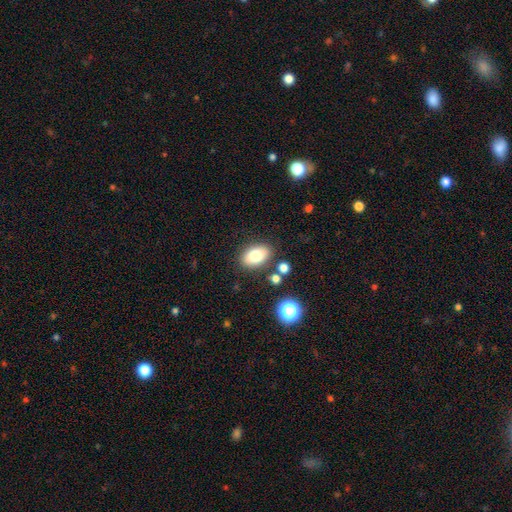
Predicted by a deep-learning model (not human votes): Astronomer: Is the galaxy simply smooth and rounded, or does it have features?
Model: smooth — 78%.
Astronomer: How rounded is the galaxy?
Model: in between — 87%.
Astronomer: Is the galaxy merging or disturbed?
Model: none — 81%.